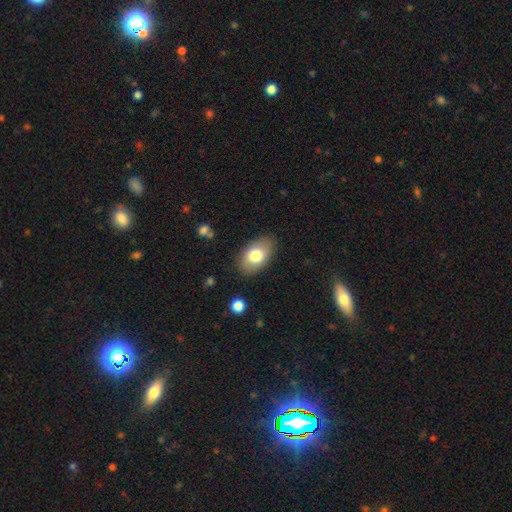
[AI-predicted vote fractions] The model was most divided on "smooth or featured": smooth: 76%, featured or disk: 17%, star or artifact: 7%. More confident: how rounded — in between (90%); merging — none (85%).